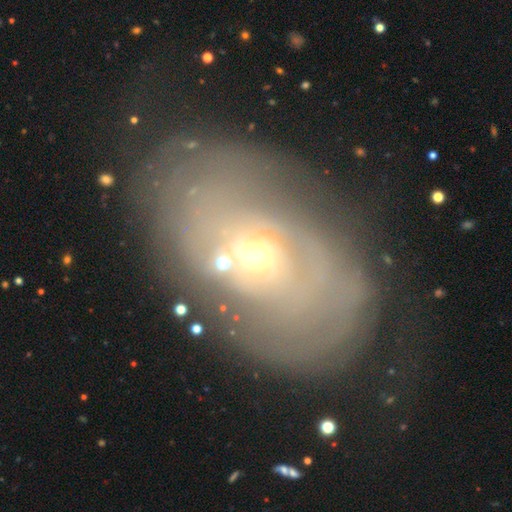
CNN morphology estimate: A featured or disk galaxy (66%) with no bar (75%), spiral arms (63%) and a small central bulge (63%).

Vote fractions:
- Smooth or featured? featured or disk: 66% / smooth: 22% / star or artifact: 12%
- Edge-on disk? no: 93% / yes: 7%
- Bar? no: 75% / weak: 20% / strong: 5%
- Spiral arms? yes: 63% / no: 37%
- Bulge size? small: 63% / moderate: 31% / large: 3% / none: 2% / dominant: 1%
- Merging? none: 68% / minor disturbance: 18% / major disturbance: 10% / merger: 4%